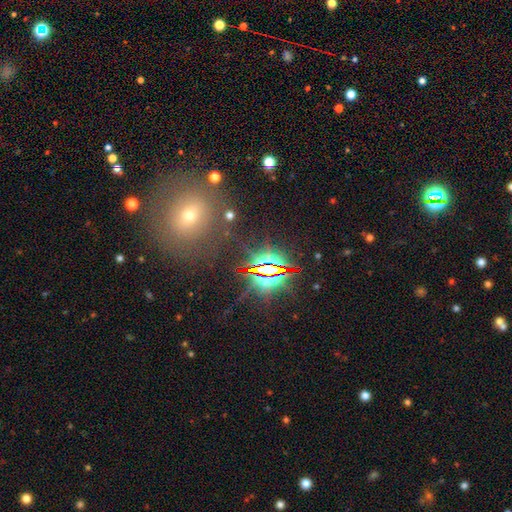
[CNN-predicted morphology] smooth_or_featured: star or artifact (p=0.66) [alt: smooth p=0.21]